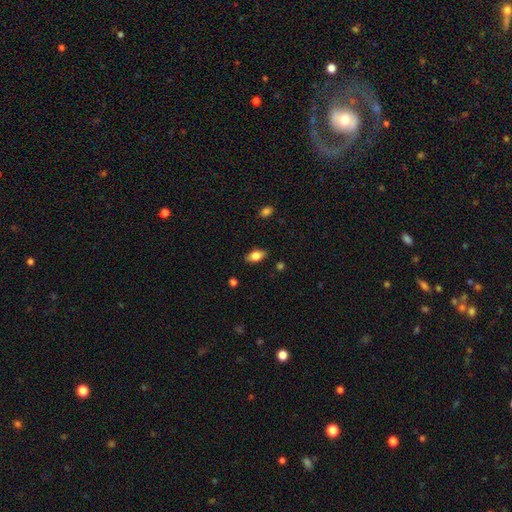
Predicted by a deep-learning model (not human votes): smooth_or_featured: smooth (p=0.80) [alt: featured or disk p=0.13]
how_rounded: in between (p=0.90) [alt: cigar-shaped p=0.05]
merging: none (p=0.85) [alt: minor disturbance p=0.11]